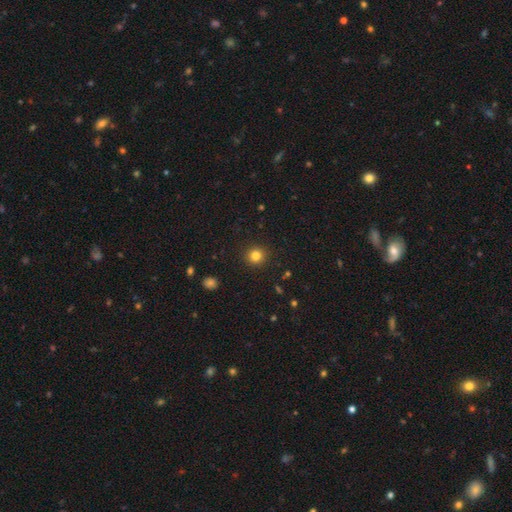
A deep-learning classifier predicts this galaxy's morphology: A smooth galaxy with no disk features (81%) that is round (92%). Merging: none (92%).